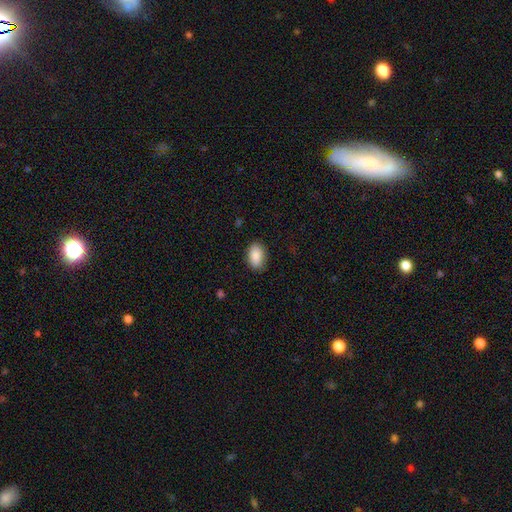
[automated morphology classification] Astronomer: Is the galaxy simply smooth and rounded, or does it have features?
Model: smooth — 88%.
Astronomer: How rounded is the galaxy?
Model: in between — 89%.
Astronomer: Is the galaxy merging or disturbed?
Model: none — 85%.